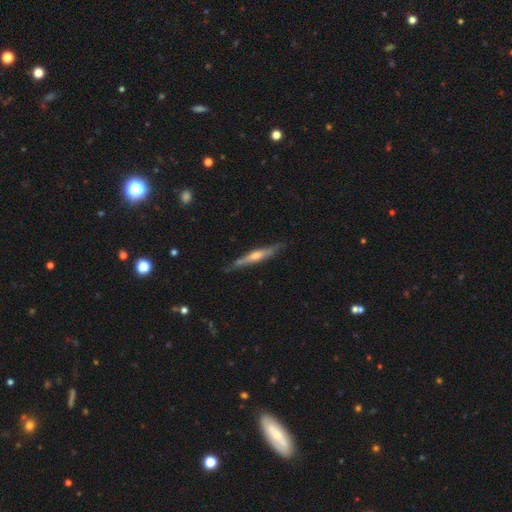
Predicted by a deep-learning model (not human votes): smooth_or_featured: featured or disk (p=0.71) [alt: smooth p=0.23]
disk_edge_on: yes (p=0.96) [alt: no p=0.04]
edge_on_bulge: rounded (p=0.79) [alt: none p=0.14]
merging: none (p=0.83) [alt: minor disturbance p=0.13]